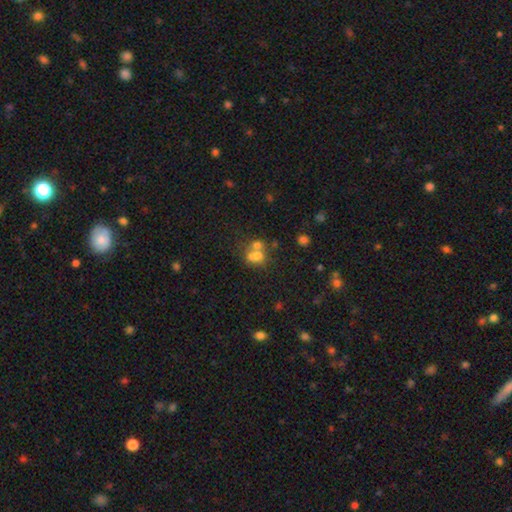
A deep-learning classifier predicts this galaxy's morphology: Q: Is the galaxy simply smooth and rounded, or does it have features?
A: smooth — 60%.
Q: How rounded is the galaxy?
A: round — 56%.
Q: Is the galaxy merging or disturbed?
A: merger — 57%.